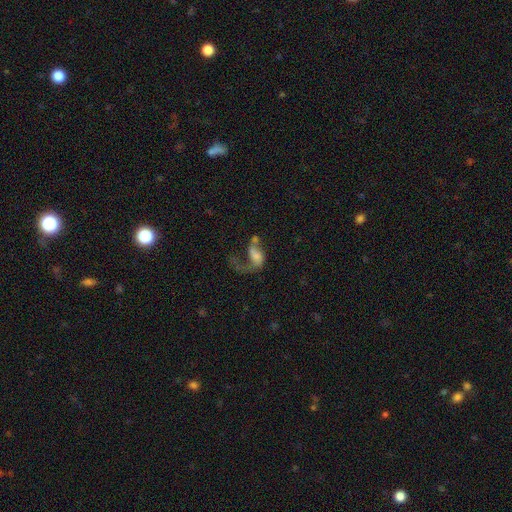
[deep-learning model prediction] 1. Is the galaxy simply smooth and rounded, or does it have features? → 55% featured or disk, 33% smooth, 12% star or artifact.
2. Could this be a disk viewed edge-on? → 97% no, 3% yes.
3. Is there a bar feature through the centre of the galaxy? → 67% no, 24% weak, 9% strong.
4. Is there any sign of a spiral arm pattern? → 69% yes, 31% no.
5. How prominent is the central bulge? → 40% none, 22% small, 19% moderate, 14% large, 6% dominant.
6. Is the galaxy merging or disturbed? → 46% major disturbance, 24% merger, 19% none, 11% minor disturbance.